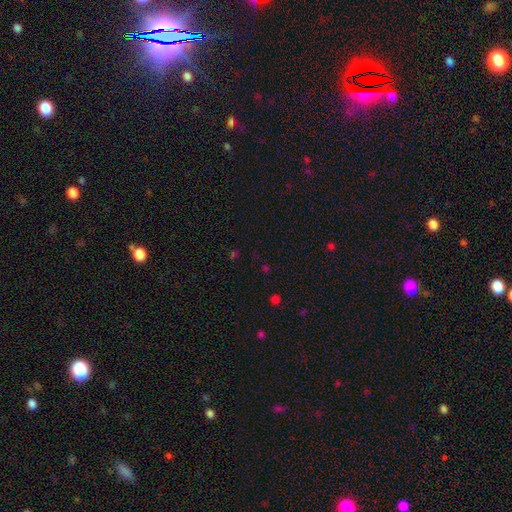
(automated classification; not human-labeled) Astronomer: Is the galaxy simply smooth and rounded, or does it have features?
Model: star or artifact — 57% (runner-up: smooth, 36%).